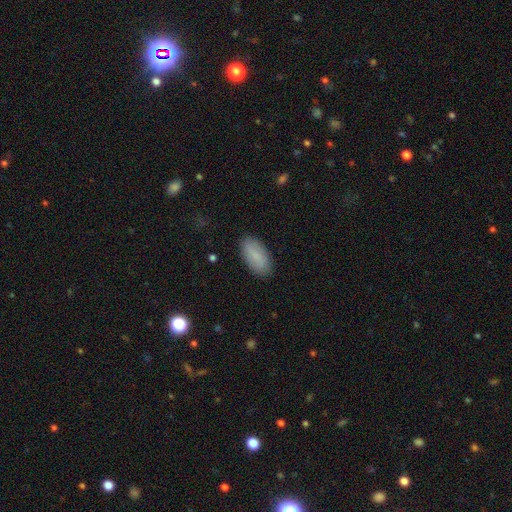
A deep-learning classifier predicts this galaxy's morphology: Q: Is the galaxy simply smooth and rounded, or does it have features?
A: smooth — 85%.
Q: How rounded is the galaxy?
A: in between — 92%.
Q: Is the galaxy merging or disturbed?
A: none — 88%.